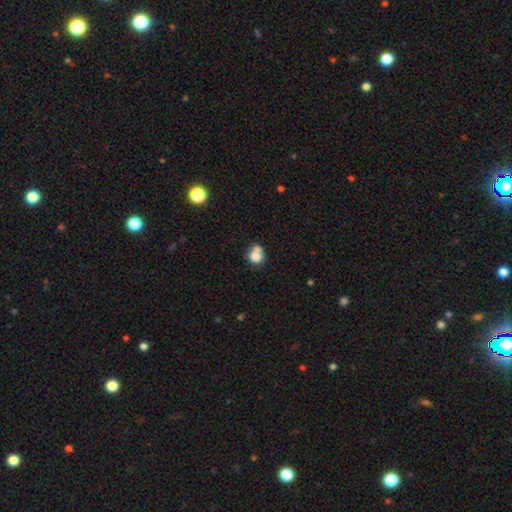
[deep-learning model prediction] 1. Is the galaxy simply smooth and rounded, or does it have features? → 75% smooth, 15% featured or disk, 10% star or artifact.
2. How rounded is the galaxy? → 72% round, 27% in between, 1% cigar-shaped.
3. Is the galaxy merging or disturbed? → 46% merger, 37% none, 12% minor disturbance, 5% major disturbance.